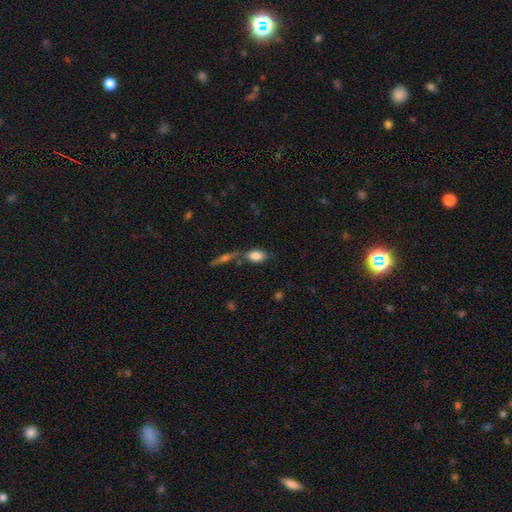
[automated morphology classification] type=smooth (82%); roundness=in between (89%); merging=none (61%).